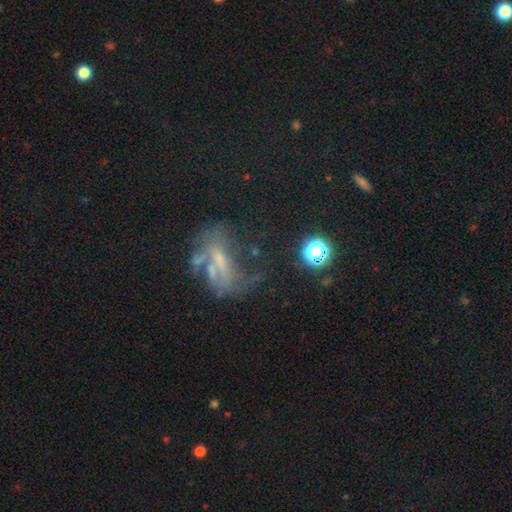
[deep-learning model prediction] smooth_or_featured: featured or disk (p=0.44) [alt: star or artifact p=0.34]
merging: none (p=0.38) [alt: major disturbance p=0.31]